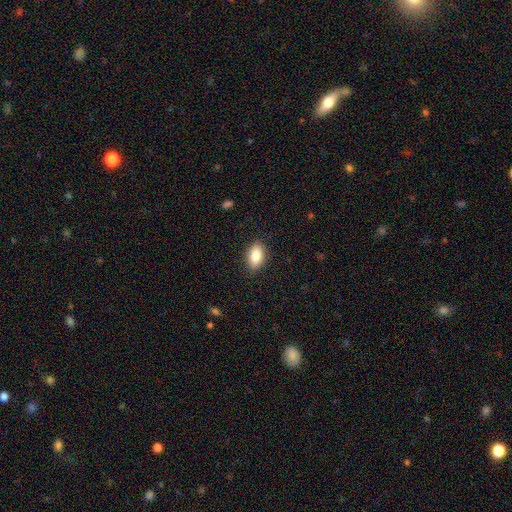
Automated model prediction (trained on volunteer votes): Smooth or featured: smooth — 84% (featured or disk — 9%)
How rounded: in between — 89% (round — 7%)
Merging: none — 87% (minor disturbance — 9%)